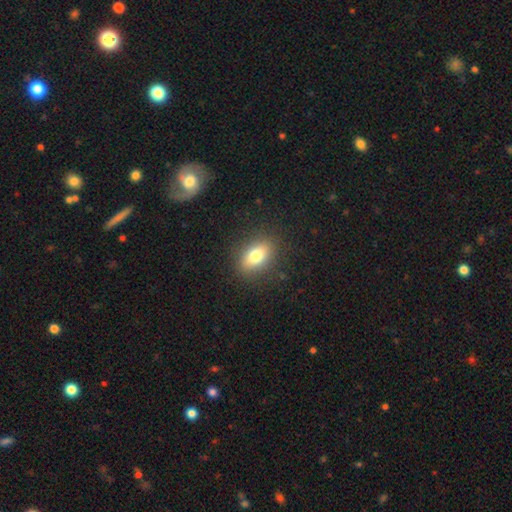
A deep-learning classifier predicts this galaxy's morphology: smooth-or-featured: smooth: 77% | featured or disk: 14% | star or artifact: 10%
  how-rounded: in between: 79% | round: 17% | cigar-shaped: 5%
  merging: none: 86% | minor disturbance: 10% | major disturbance: 3% | merger: 1%